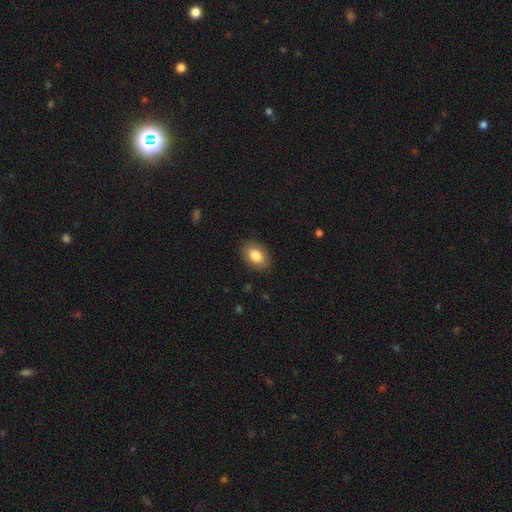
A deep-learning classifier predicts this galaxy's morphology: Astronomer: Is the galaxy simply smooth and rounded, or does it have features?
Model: smooth — 83%.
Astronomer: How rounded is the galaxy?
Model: in between — 87%.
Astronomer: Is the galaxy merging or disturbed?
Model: none — 87%.